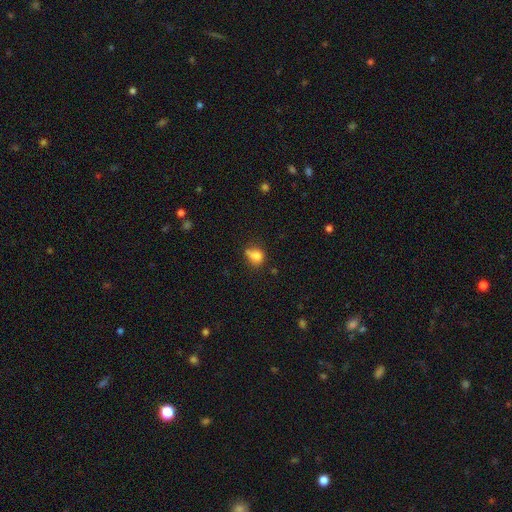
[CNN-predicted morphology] A smooth galaxy with no disk features (80%) that is round (50%). Merging: none (44%).